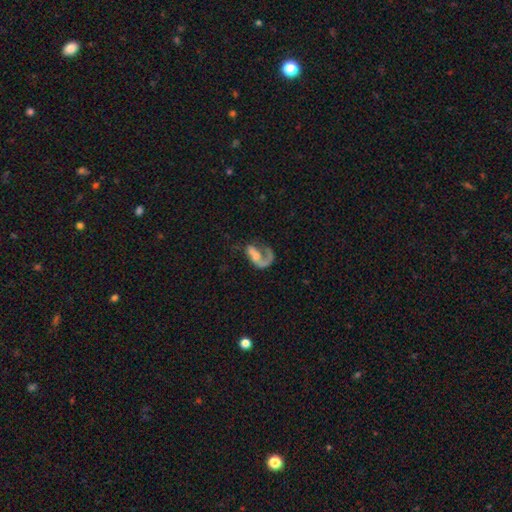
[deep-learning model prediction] A featured or disk galaxy (72%) with no bar (65%), 1 (82%) loose (57%) spiral arms (81%) and a small central bulge (36%). Merging: major disturbance (47%).